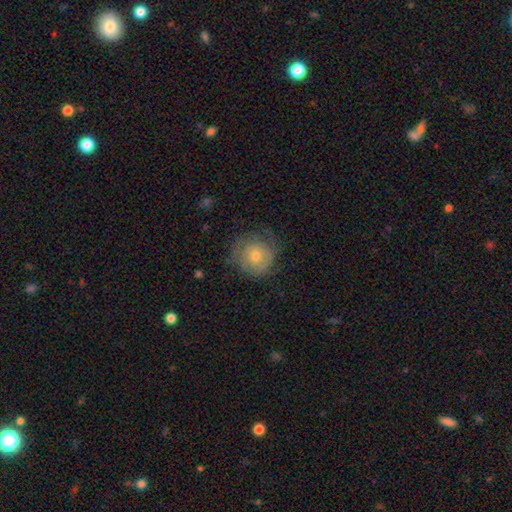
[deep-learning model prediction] Smooth or featured?
  - smooth: 52% *
  - featured or disk: 40%
  - star or artifact: 8%
How rounded?
  - round: 90% *
  - in between: 9%
  - cigar-shaped: 1%
Merging?
  - none: 63% *
  - minor disturbance: 23%
  - major disturbance: 12%
  - merger: 1%